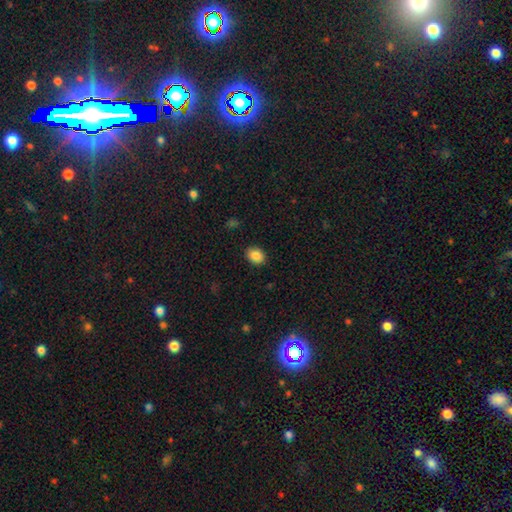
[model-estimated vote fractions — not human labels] Smooth or featured? Predicted: smooth (p=0.87). How rounded? Predicted: in between (p=0.61). Merging? Predicted: none (p=0.89).